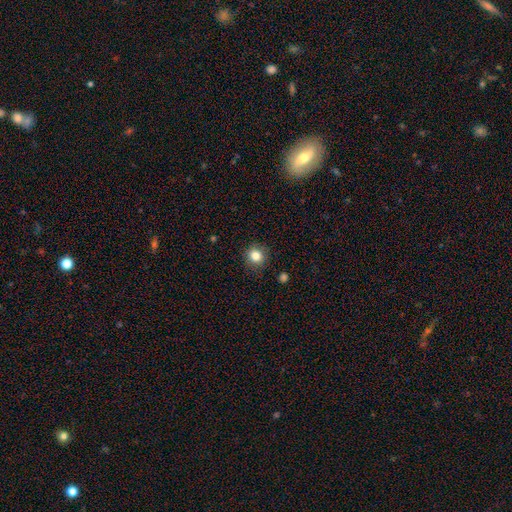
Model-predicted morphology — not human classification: Smooth or featured: smooth — 83% (star or artifact — 11%)
How rounded: round — 91% (in between — 8%)
Merging: none — 88% (minor disturbance — 8%)